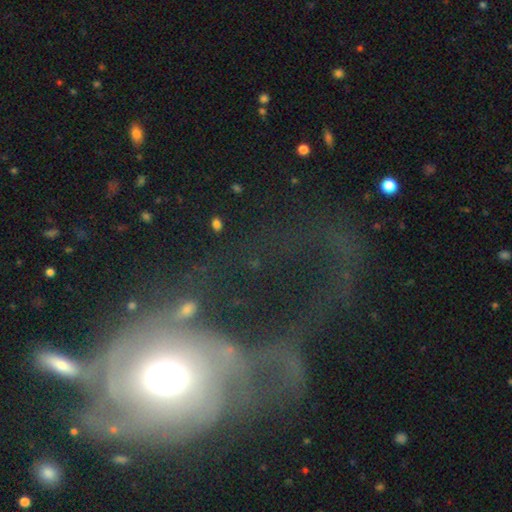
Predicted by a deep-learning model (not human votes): Smooth or featured? Predicted: featured or disk (p=0.60). Edge-on disk? Predicted: no (p=0.94). Bar? Predicted: no (p=0.76). Spiral arms? Predicted: yes (p=0.54). Bulge size? Predicted: moderate (p=0.53). Merging? Predicted: major disturbance (p=0.58).